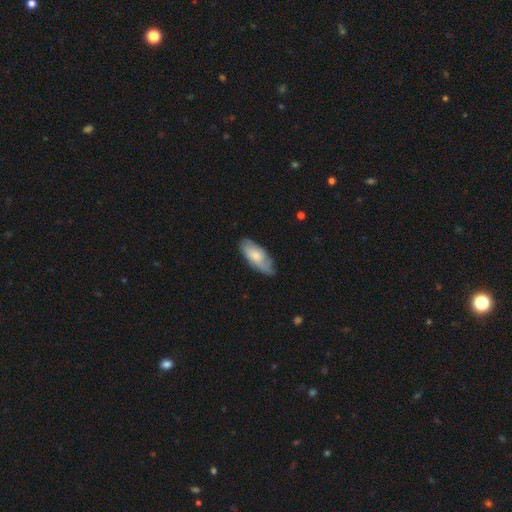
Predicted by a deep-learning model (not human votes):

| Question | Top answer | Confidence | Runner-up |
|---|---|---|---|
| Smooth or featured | smooth | 64% | featured or disk (30%) |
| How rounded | in between | 85% | cigar-shaped (13%) |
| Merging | none | 67% | minor disturbance (27%) |